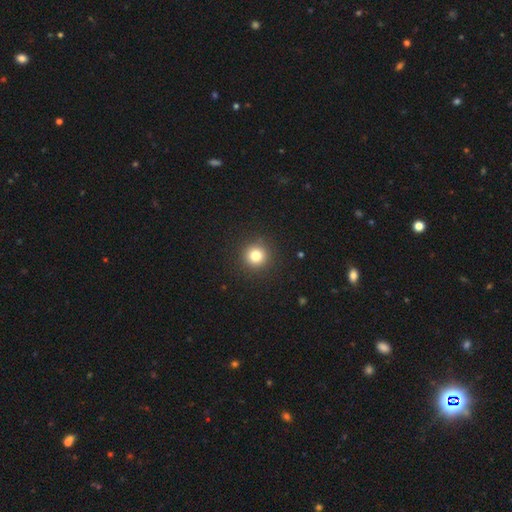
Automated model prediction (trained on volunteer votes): smooth 81%, star or artifact 12%, featured or disk 7%. Down the decision tree: how rounded — round (95%); merging — none (92%).